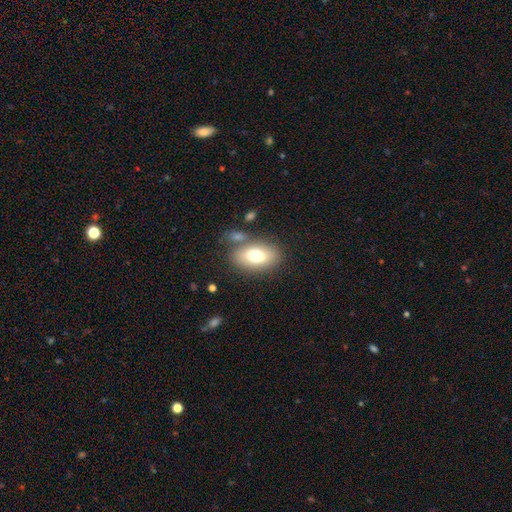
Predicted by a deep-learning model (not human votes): Smooth or featured? smooth (73%)
How rounded? in between (87%)
Merging? none (71%)